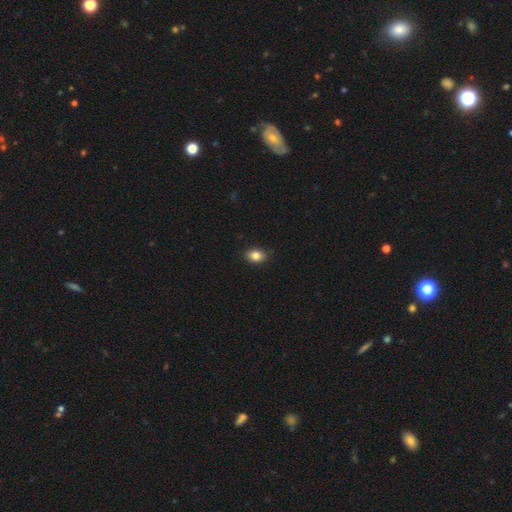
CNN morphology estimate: This appears to be a smooth galaxy with no disk features (85%) that is in between round and cigar-shaped (71%). Merging: none (88%).